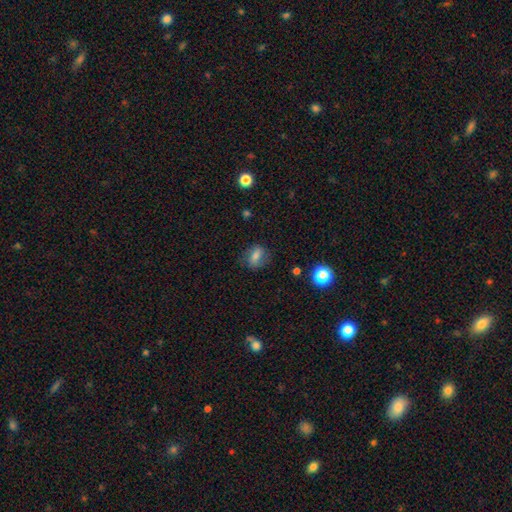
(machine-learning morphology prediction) Overall: smooth (72%). How rounded: in between (67%). Merging: none (74%).